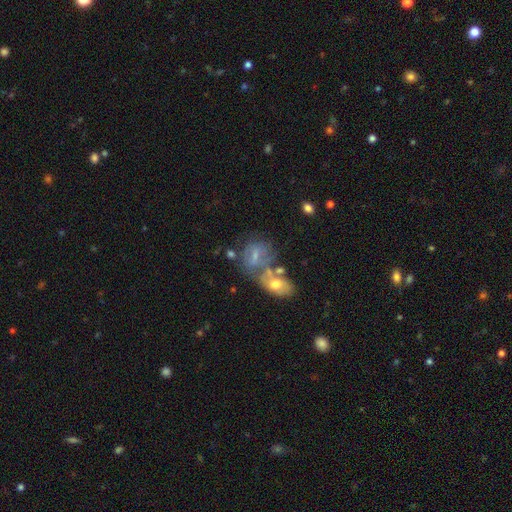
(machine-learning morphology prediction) smooth_or_featured: featured or disk (p=0.45) [alt: smooth p=0.43]
merging: merger (p=0.44) [alt: none p=0.26]